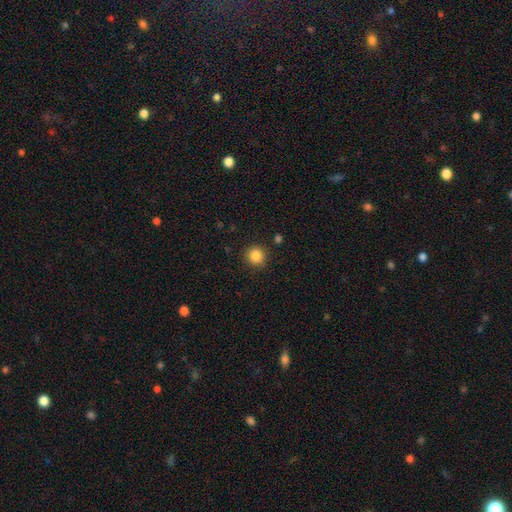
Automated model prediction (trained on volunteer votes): A smooth galaxy with no disk features (86%) that is round (93%).

Vote fractions:
- Smooth or featured? smooth: 86% / star or artifact: 10% / featured or disk: 4%
- How rounded? round: 93% / in between: 6% / cigar-shaped: 1%
- Merging? none: 89% / minor disturbance: 7% / major disturbance: 2% / merger: 2%